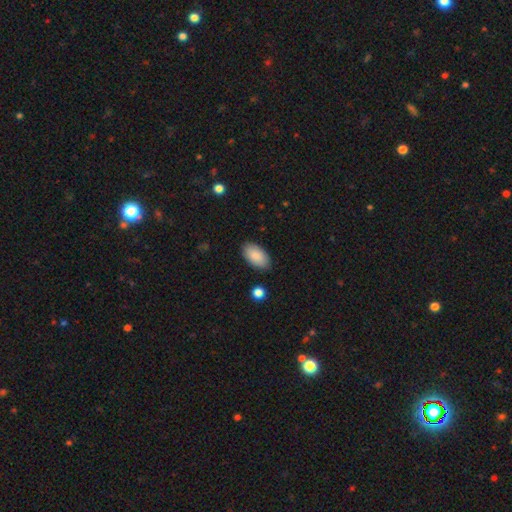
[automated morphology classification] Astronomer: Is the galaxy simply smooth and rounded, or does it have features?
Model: smooth — 88%.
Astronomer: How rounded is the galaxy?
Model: in between — 95%.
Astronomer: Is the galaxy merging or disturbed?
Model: none — 87%.